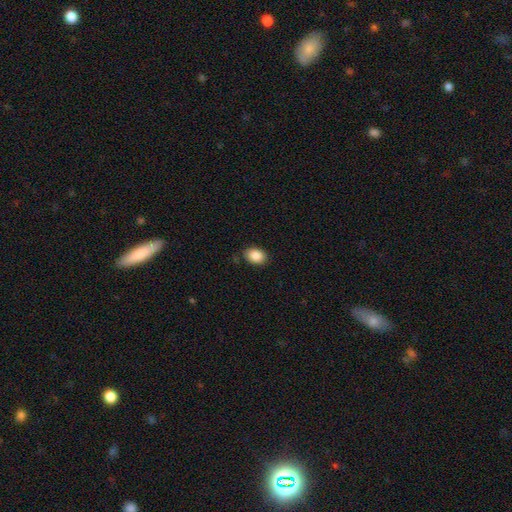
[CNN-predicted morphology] This is clearly a smooth galaxy (87%). How rounded: likely in between (78%). Merging: clearly none (85%).